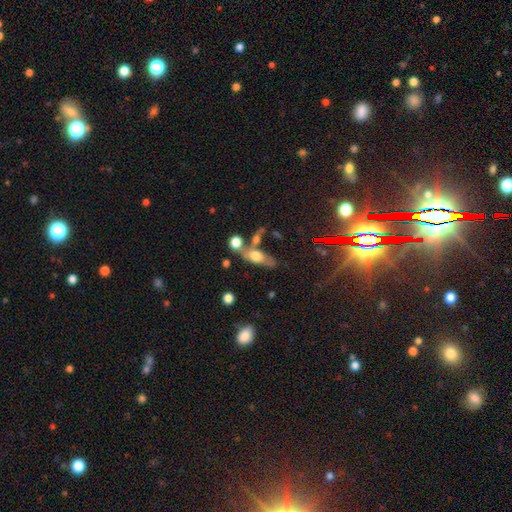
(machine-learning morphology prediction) Smooth or featured?
  - smooth: 56% *
  - featured or disk: 34%
  - star or artifact: 10%
How rounded?
  - in between: 65% *
  - cigar-shaped: 28%
  - round: 8%
Merging?
  - none: 46% *
  - merger: 31%
  - minor disturbance: 15%
  - major disturbance: 8%